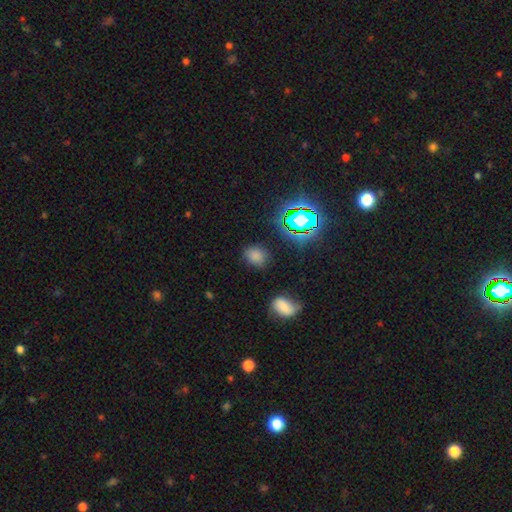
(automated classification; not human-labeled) Smooth or featured? smooth (72%)
How rounded? round (54%)
Merging? none (77%)